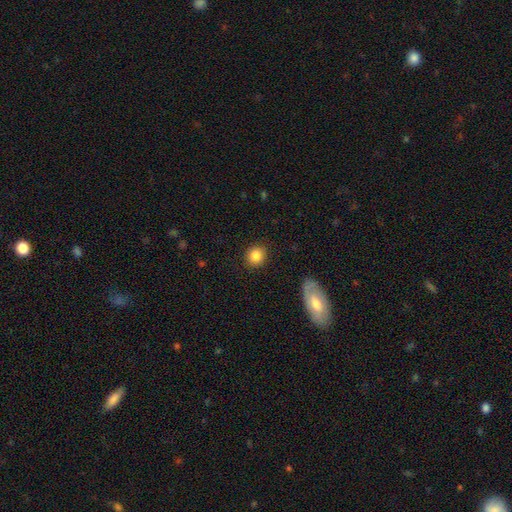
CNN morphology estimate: A smooth galaxy with no disk features (85%) that is round (83%). Merging: none (89%).